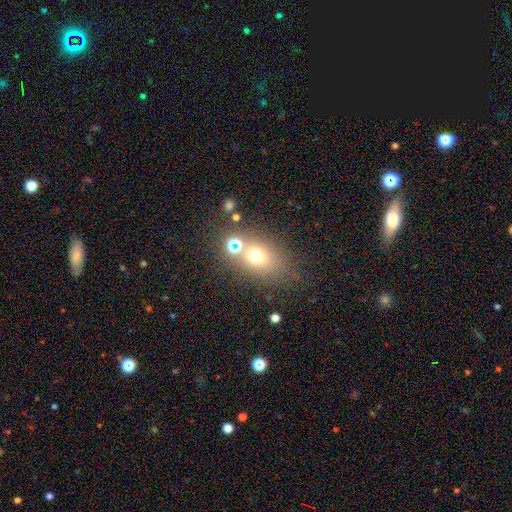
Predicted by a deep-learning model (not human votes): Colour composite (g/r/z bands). It shows a smooth galaxy with no disk features (63%) that is in between round and cigar-shaped (56%). Merging: none (62%).